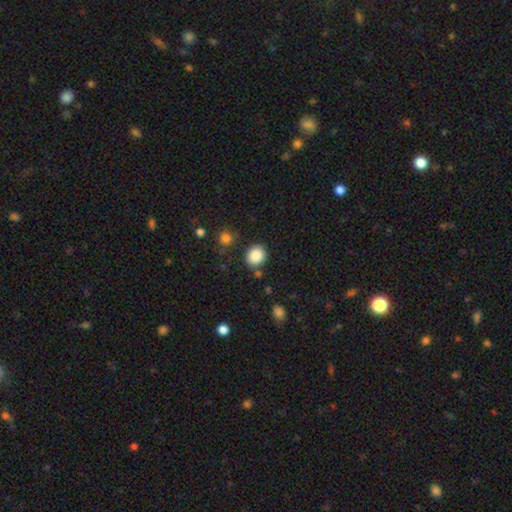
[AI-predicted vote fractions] Morphology: type=smooth (87%); roundness=round (68%); merging=none (84%).